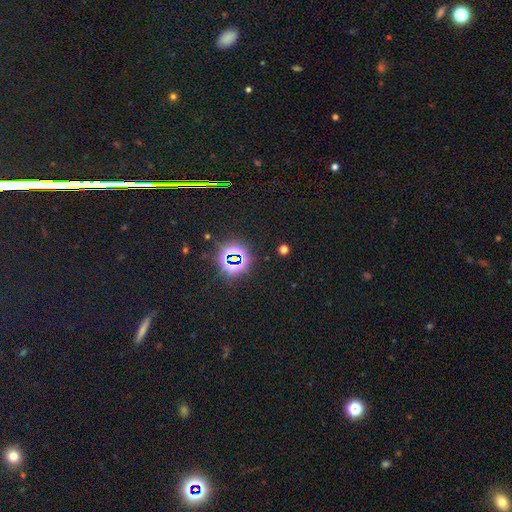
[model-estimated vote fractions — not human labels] Smooth or featured? star or artifact (80%)